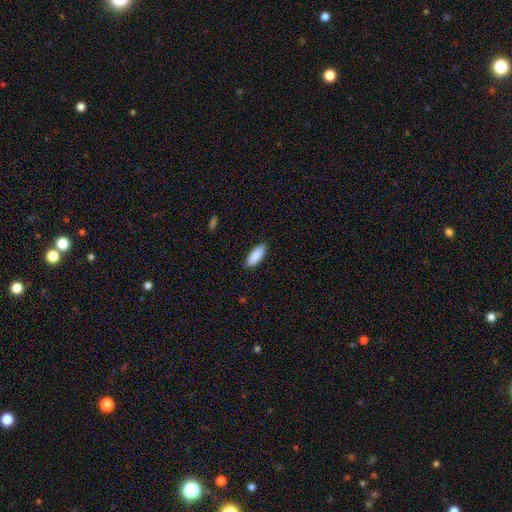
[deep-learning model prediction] A smooth galaxy with no disk features (90%) that is in between round and cigar-shaped (74%).

Vote fractions:
- Smooth or featured? smooth: 90% / star or artifact: 6% / featured or disk: 5%
- How rounded? in between: 74% / cigar-shaped: 24% / round: 2%
- Merging? none: 88% / minor disturbance: 9% / major disturbance: 2% / merger: 1%